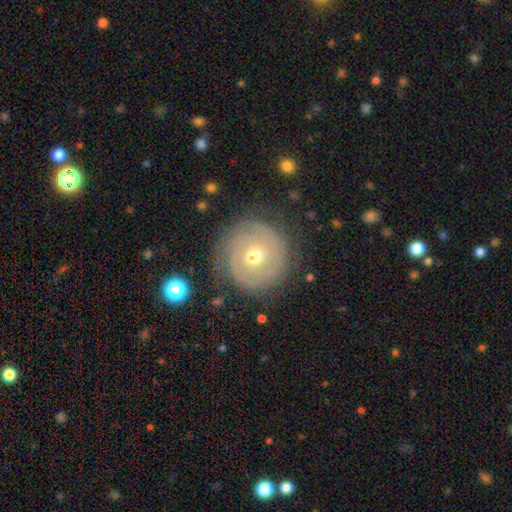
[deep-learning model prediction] Smooth or featured? featured or disk (71%)
Edge-on disk? no (97%)
Bar? no (70%)
Spiral arms? yes (84%)
Spiral winding? tight (75%)
Spiral arm count? 2 (41%)
Bulge size? moderate (61%)
Merging? none (80%)